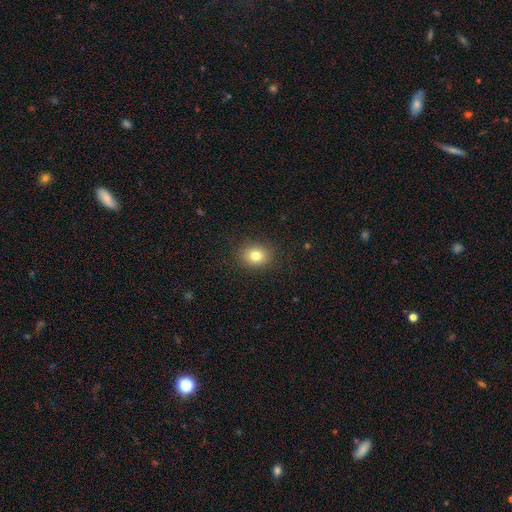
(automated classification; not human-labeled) Q: Smooth or featured?
A: smooth (79%); runner-up: star or artifact (12%)
Q: How rounded?
A: round (58%); runner-up: in between (41%)
Q: Merging?
A: none (88%); runner-up: minor disturbance (8%)